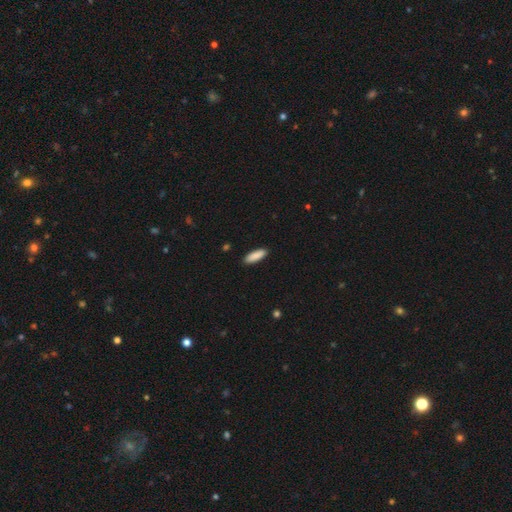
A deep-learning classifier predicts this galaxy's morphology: Overall: smooth (89%). How rounded: cigar-shaped (49%, tied with in between). Merging: none (90%).